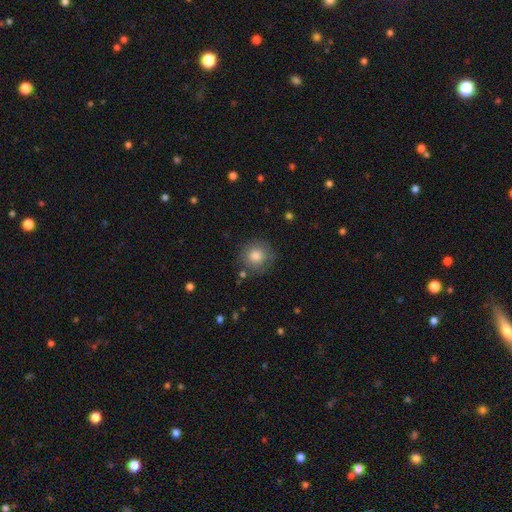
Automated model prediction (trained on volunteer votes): Smooth or featured: smooth — 83% (star or artifact — 9%)
How rounded: round — 92% (in between — 7%)
Merging: none — 81% (minor disturbance — 12%)